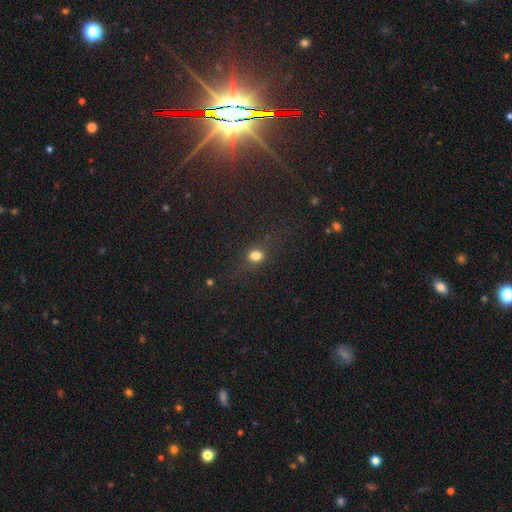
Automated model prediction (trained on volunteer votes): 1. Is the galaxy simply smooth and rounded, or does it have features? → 70% smooth, 19% star or artifact, 11% featured or disk.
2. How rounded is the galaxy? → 60% round, 36% in between, 4% cigar-shaped.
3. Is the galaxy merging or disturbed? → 75% none, 14% minor disturbance, 8% major disturbance, 3% merger.